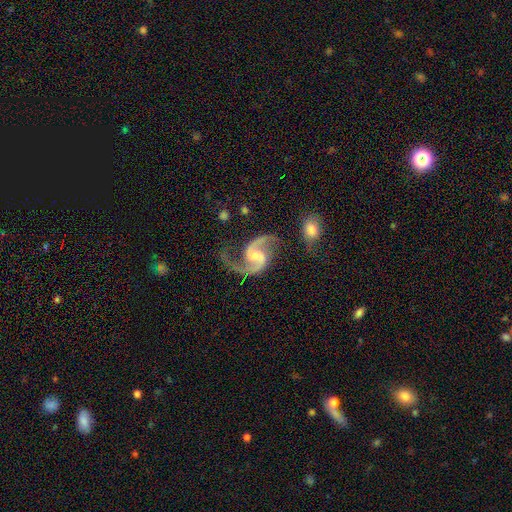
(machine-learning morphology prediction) type=featured or disk (94%); edge-on=no (98%); bar=weak (51%); spiral arms=yes (98%); winding=medium (49%); arm count=2 (94%); bulge=moderate (43%); merging=none (67%).